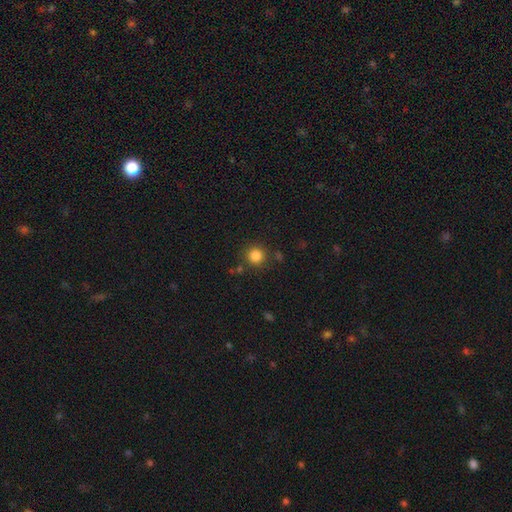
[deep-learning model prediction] This appears to be a smooth galaxy with no disk features (84%) that is round (93%). Merging: none (85%).